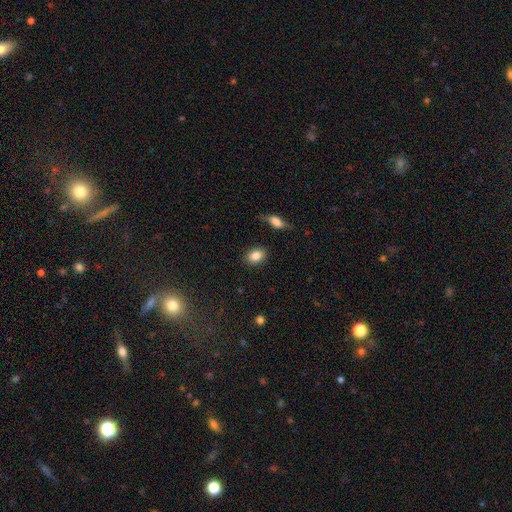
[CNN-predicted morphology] Smooth or featured: smooth — 84% (star or artifact — 9%)
How rounded: in between — 67% (round — 31%)
Merging: none — 85% (minor disturbance — 10%)